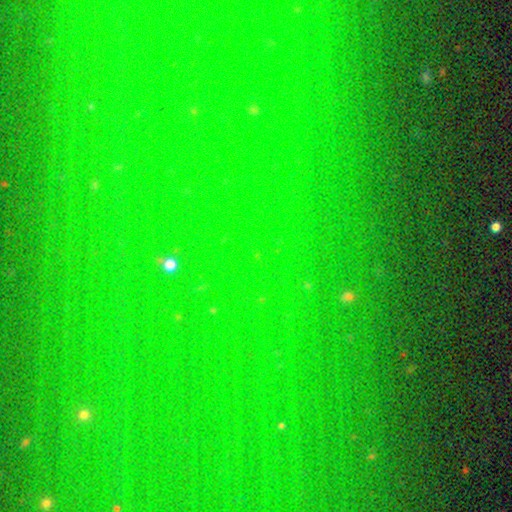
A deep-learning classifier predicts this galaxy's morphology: Smooth or featured: star or artifact — 79% (smooth — 13%)